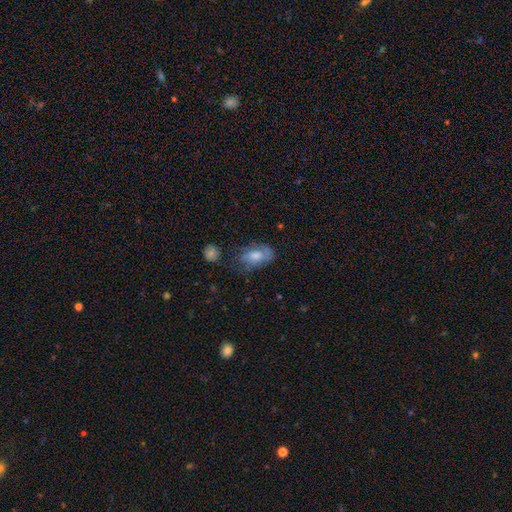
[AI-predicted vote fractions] Overall: smooth (64%; featured or disk 27%). How rounded: in between (89%). Merging: none (54%; minor disturbance 28%).